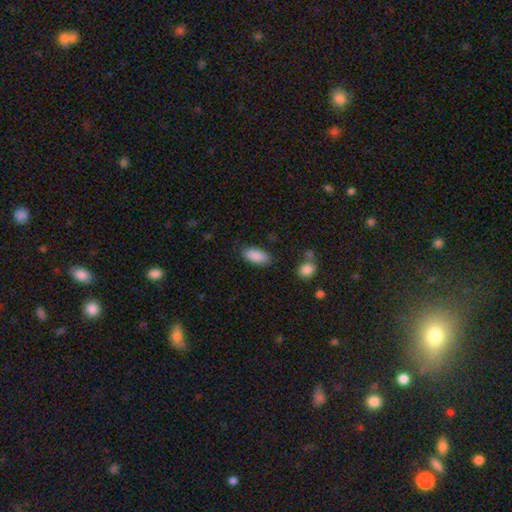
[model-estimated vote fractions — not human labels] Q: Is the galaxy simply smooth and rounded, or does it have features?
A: smooth — 89%.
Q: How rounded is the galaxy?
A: in between — 85%.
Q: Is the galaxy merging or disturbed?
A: none — 84%.